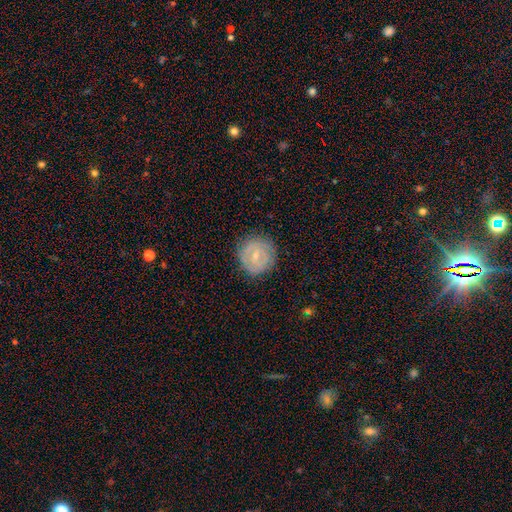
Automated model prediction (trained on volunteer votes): Smooth or featured?
  - featured or disk: 54% *
  - smooth: 38%
  - star or artifact: 7%
Edge-on disk?
  - no: 97% *
  - yes: 3%
Bar?
  - weak: 47% *
  - no: 39%
  - strong: 14%
Spiral arms?
  - yes: 63% *
  - no: 37%
Bulge size?
  - small: 64% *
  - moderate: 30%
  - none: 3%
  - large: 1%
  - dominant: 1%
Merging?
  - none: 83% *
  - minor disturbance: 12%
  - major disturbance: 4%
  - merger: 1%